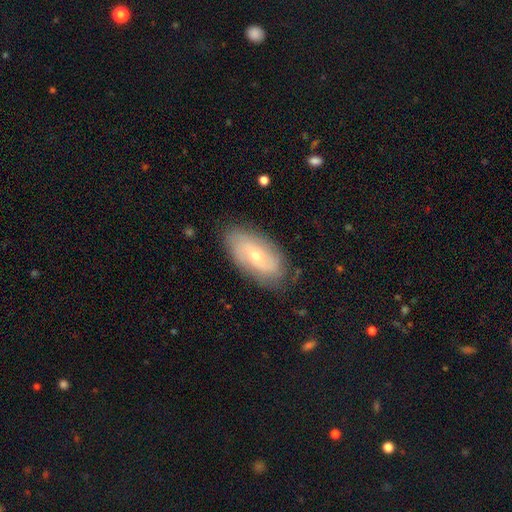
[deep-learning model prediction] This is likely a featured or disk galaxy (61%). It is clearly not viewed edge-on (90%). Bar: likely no (62%). Spiral arm pattern: likely yes (77%). Central bulge: likely small (63%). Merging: likely none (79%).